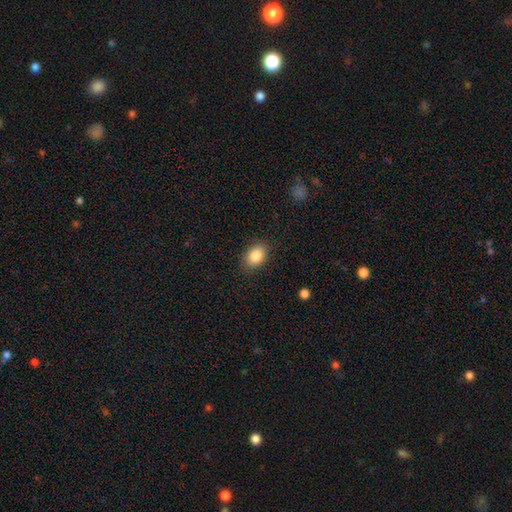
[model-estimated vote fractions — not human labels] Overall: smooth (86%). How rounded: in between (80%). Merging: none (86%).